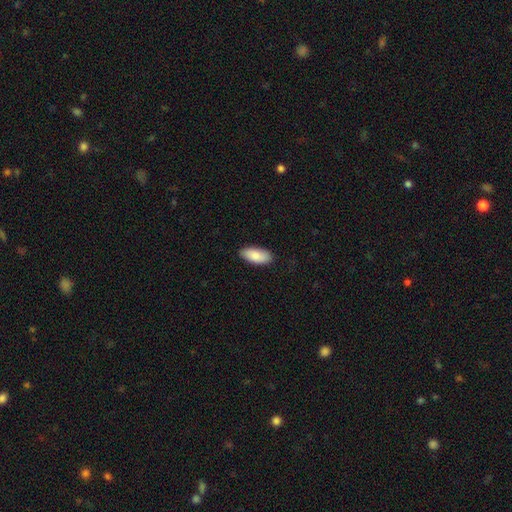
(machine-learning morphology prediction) smooth_or_featured: smooth (p=0.86) [alt: featured or disk p=0.08]
how_rounded: in between (p=0.88) [alt: cigar-shaped p=0.10]
merging: none (p=0.87) [alt: minor disturbance p=0.10]